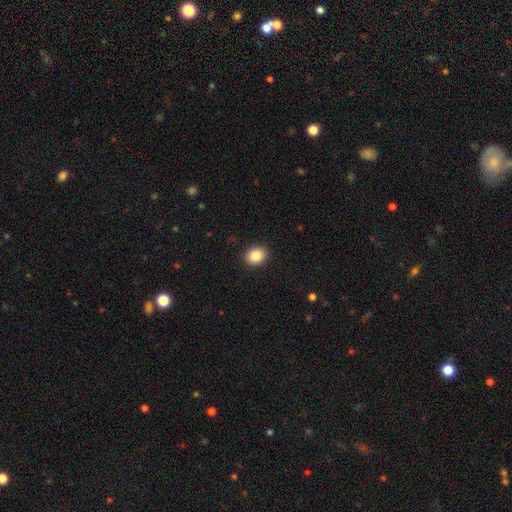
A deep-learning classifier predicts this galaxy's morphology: type=smooth (86%); roundness=round (58%); merging=none (91%).